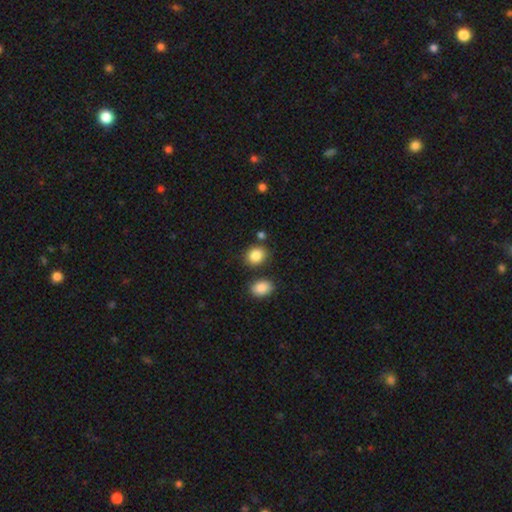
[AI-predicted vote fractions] Smooth or featured? smooth (87%)
How rounded? round (56%)
Merging? none (77%)